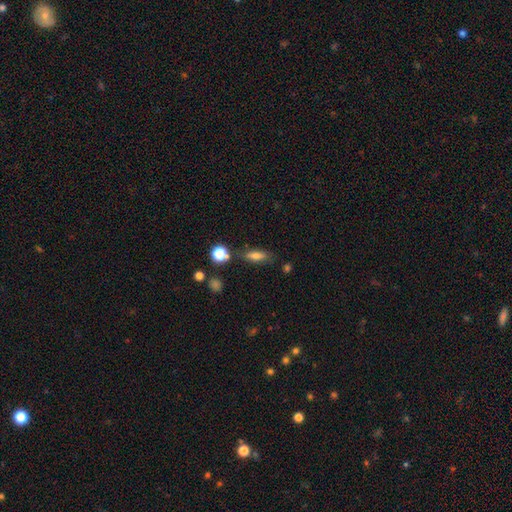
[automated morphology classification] Smooth or featured?
  - smooth: 70% *
  - featured or disk: 19%
  - star or artifact: 11%
How rounded?
  - in between: 56% *
  - cigar-shaped: 37%
  - round: 7%
Merging?
  - none: 74% *
  - minor disturbance: 15%
  - merger: 7%
  - major disturbance: 4%